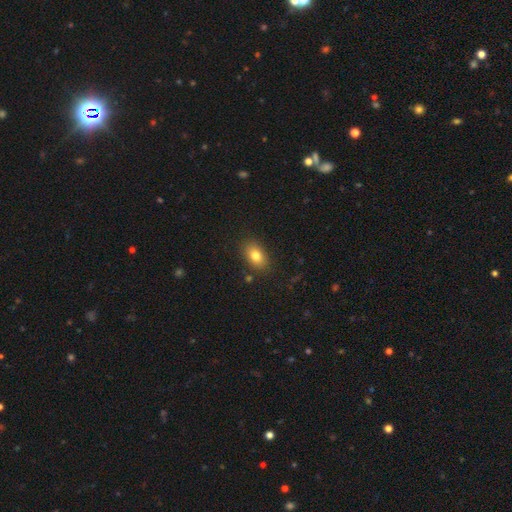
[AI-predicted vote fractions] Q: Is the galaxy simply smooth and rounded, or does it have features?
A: smooth — 81%.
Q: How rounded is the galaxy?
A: in between — 84%.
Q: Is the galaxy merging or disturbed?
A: none — 85%.